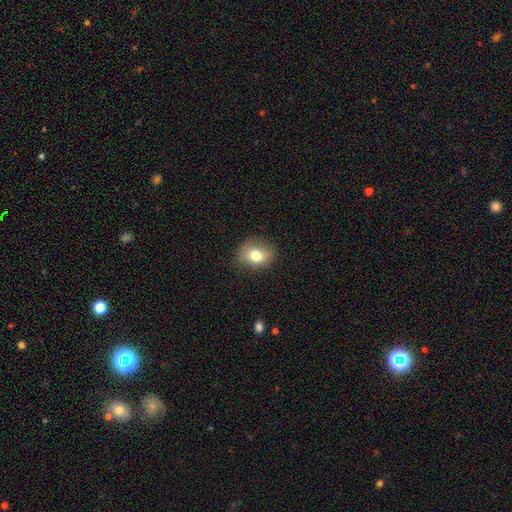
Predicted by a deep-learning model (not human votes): This appears to be a smooth galaxy with no disk features (77%) that is in between round and cigar-shaped (56%). Merging: none (75%).